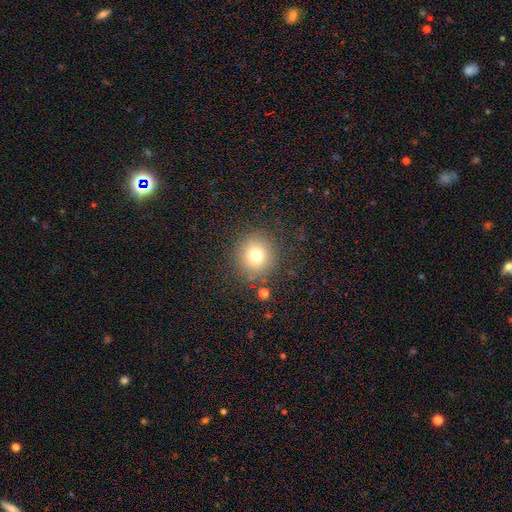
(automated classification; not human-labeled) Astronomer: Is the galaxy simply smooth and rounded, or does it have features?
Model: smooth — 73%.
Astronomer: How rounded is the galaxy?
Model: round — 93%.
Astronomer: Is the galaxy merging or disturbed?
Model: none — 88%.